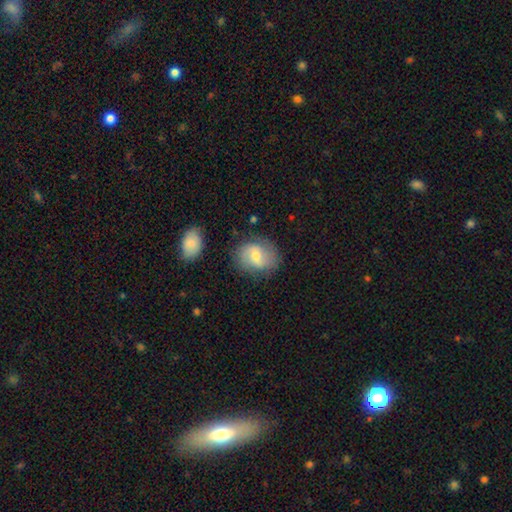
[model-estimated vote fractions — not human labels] smooth-or-featured: smooth: 51% | featured or disk: 42% | star or artifact: 8%
  how-rounded: round: 50% | in between: 49% | cigar-shaped: 1%
  merging: none: 72% | minor disturbance: 18% | major disturbance: 6% | merger: 3%